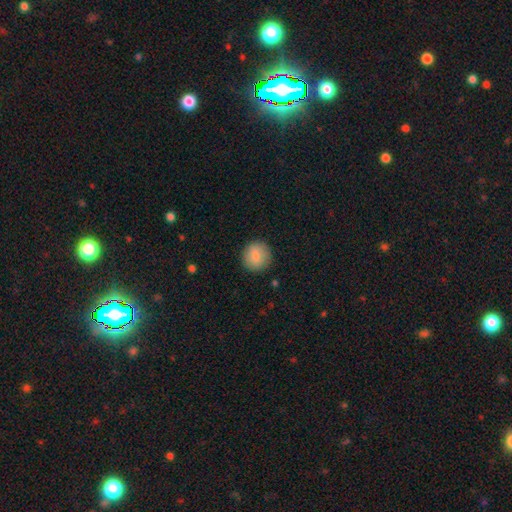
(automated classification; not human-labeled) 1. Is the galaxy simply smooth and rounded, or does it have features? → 85% smooth, 7% featured or disk, 7% star or artifact.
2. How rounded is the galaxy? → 91% round, 8% in between, 1% cigar-shaped.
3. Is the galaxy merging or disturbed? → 88% none, 8% minor disturbance, 2% major disturbance, 1% merger.